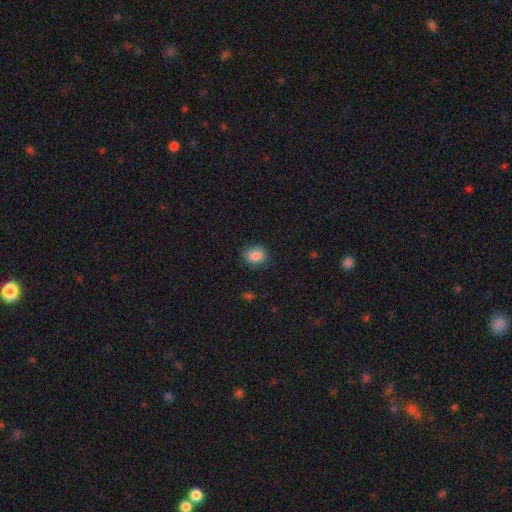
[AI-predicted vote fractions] The model was most divided on "how rounded": round: 67%, in between: 32%, cigar-shaped: 1%. More confident: smooth or featured — smooth (86%); merging — none (77%).